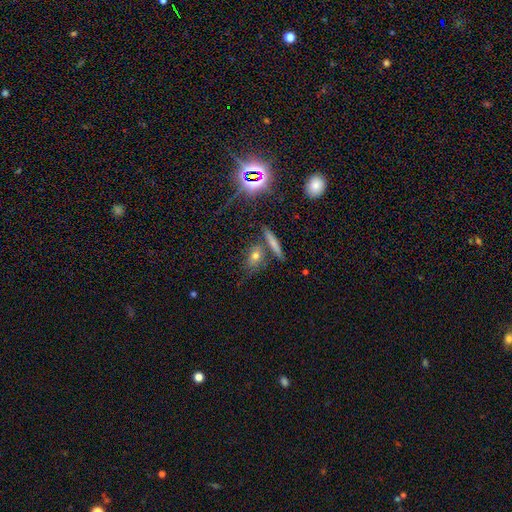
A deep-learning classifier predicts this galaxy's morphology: Smooth or featured?
  - smooth: 48% *
  - star or artifact: 30%
  - featured or disk: 22%
Merging?
  - none: 66% *
  - merger: 17%
  - minor disturbance: 12%
  - major disturbance: 5%